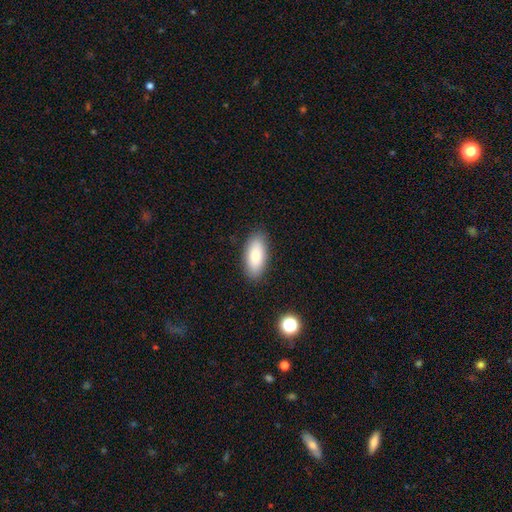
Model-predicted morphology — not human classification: A smooth galaxy with no disk features (80%) that is in between round and cigar-shaped (87%).

Vote fractions:
- Smooth or featured? smooth: 80% / featured or disk: 13% / star or artifact: 7%
- How rounded? in between: 87% / cigar-shaped: 11% / round: 3%
- Merging? none: 88% / minor disturbance: 9% / major disturbance: 2% / merger: 1%